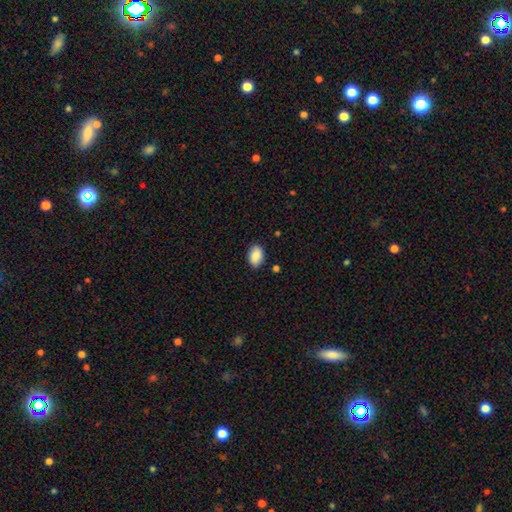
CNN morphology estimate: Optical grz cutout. It shows a smooth galaxy with no disk features (86%) that is in between round and cigar-shaped (85%). Merging: none (83%).